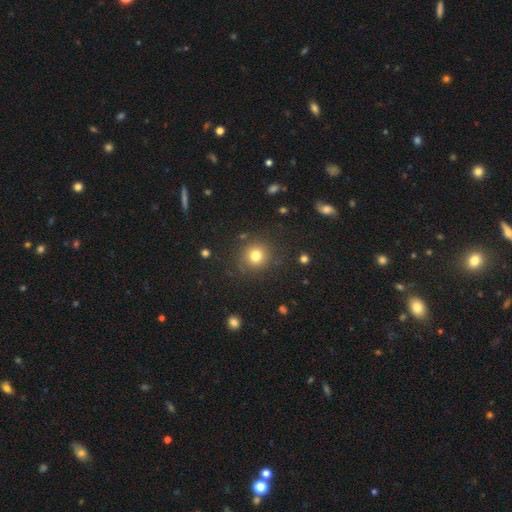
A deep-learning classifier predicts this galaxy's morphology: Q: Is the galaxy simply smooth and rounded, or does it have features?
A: smooth — 79%.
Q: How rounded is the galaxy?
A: round — 91%.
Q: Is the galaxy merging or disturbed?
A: none — 86%.